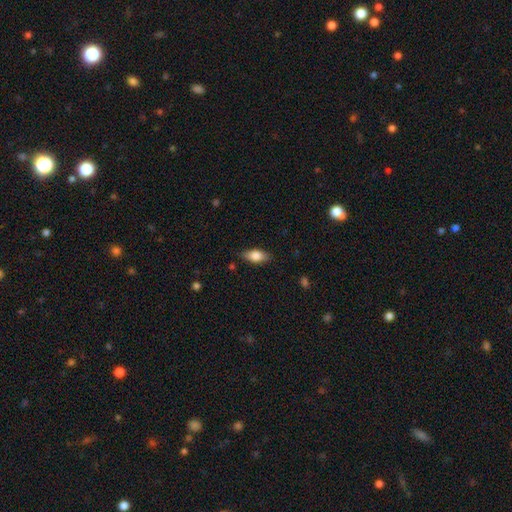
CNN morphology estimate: A smooth galaxy with no disk features (80%) that is in between round and cigar-shaped (86%).

Vote fractions:
- Smooth or featured? smooth: 80% / featured or disk: 14% / star or artifact: 7%
- How rounded? in between: 86% / cigar-shaped: 10% / round: 4%
- Merging? none: 83% / minor disturbance: 13% / major disturbance: 3% / merger: 1%